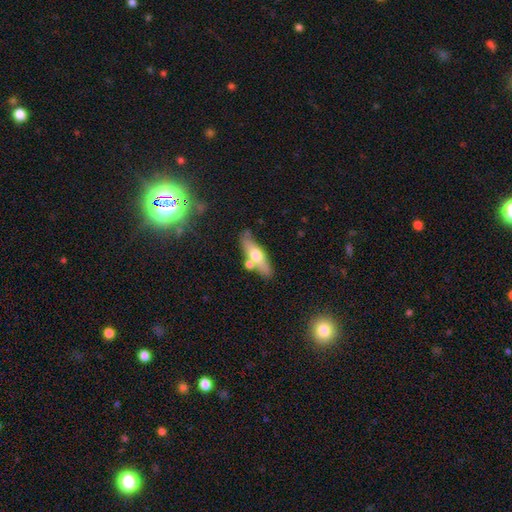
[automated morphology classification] smooth 53%, featured or disk 41%, star or artifact 6%. Down the decision tree: how rounded — cigar-shaped (55%); merging — none (72%).